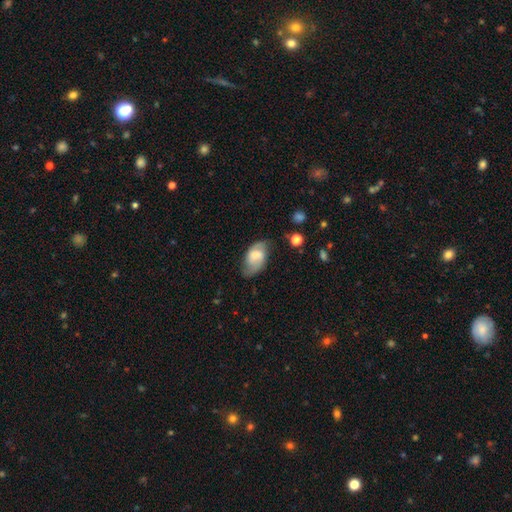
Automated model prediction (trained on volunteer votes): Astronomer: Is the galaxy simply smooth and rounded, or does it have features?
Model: featured or disk — 47% (runner-up: smooth, 45%).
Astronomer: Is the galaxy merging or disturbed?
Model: none — 62%.